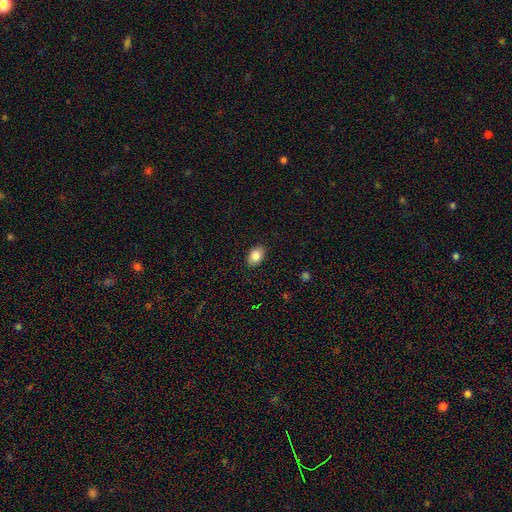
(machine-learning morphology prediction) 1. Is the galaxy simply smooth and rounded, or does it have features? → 84% smooth, 8% star or artifact, 8% featured or disk.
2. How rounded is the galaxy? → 85% in between, 13% round, 1% cigar-shaped.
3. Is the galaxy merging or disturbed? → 88% none, 9% minor disturbance, 2% major disturbance, 1% merger.